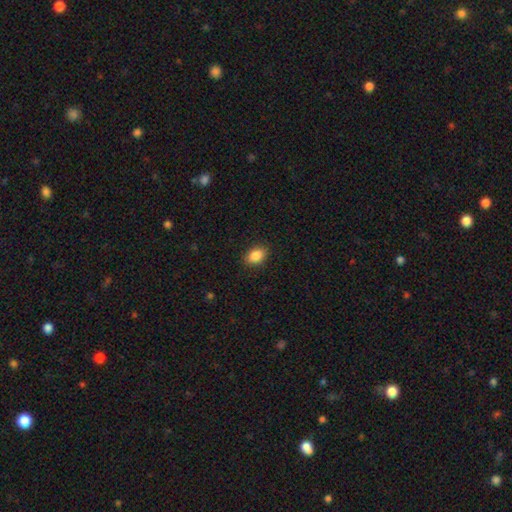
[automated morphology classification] This is clearly a smooth galaxy (88%). How rounded: clearly in between (81%). Merging: clearly none (88%).